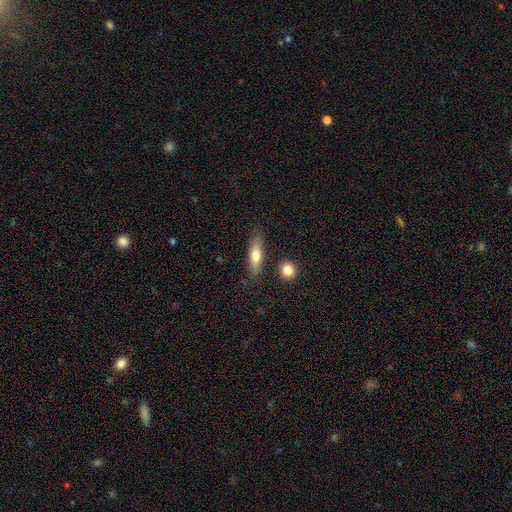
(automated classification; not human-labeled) Morphology: type=smooth (66%); roundness=cigar-shaped (57%); merging=none (81%).